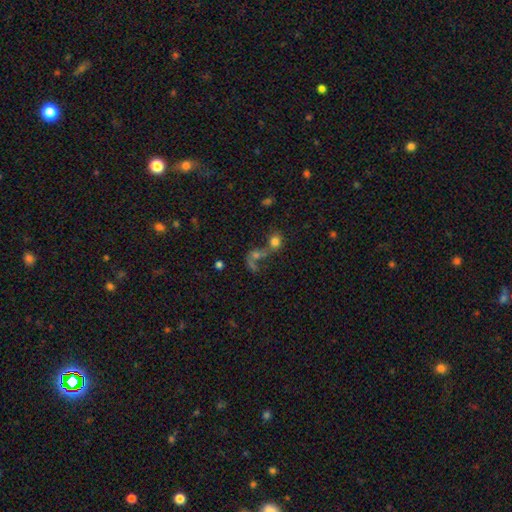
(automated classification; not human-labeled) smooth 44%, featured or disk 30%, star or artifact 26%. Down the decision tree: merging — merger (60%).